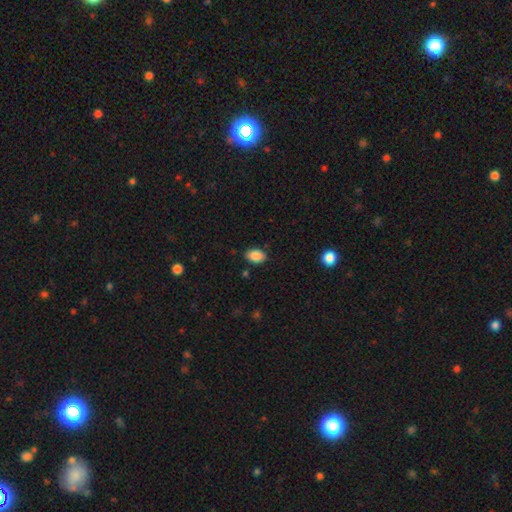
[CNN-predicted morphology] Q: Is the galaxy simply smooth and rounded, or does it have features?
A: smooth — 89%.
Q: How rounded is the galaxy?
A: in between — 86%.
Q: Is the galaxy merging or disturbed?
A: none — 86%.